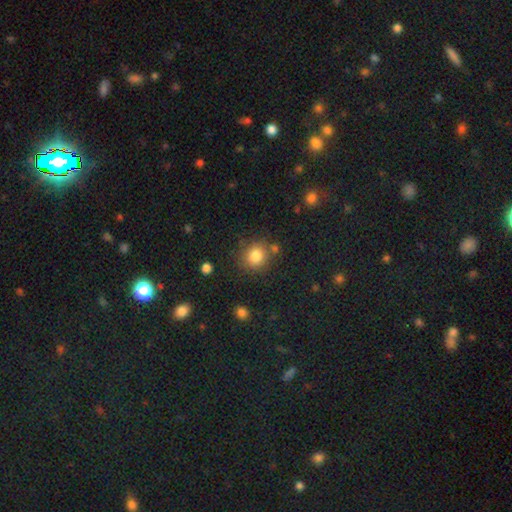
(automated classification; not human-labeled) Smooth or featured?
  - smooth: 83% *
  - star or artifact: 11%
  - featured or disk: 6%
How rounded?
  - round: 83% *
  - in between: 16%
  - cigar-shaped: 1%
Merging?
  - none: 76% *
  - minor disturbance: 11%
  - merger: 9%
  - major disturbance: 4%